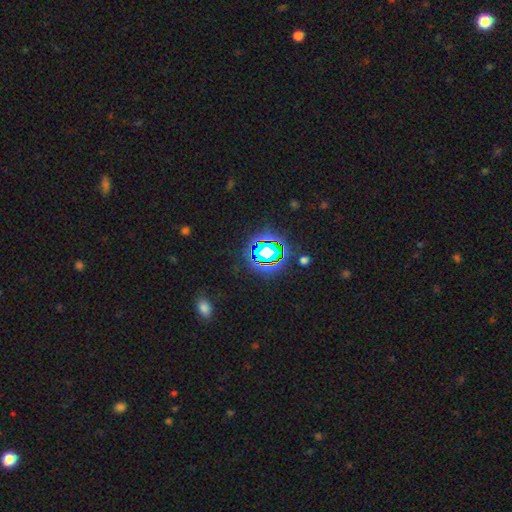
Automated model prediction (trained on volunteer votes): smooth_or_featured: star or artifact (p=0.76) [alt: smooth p=0.16]